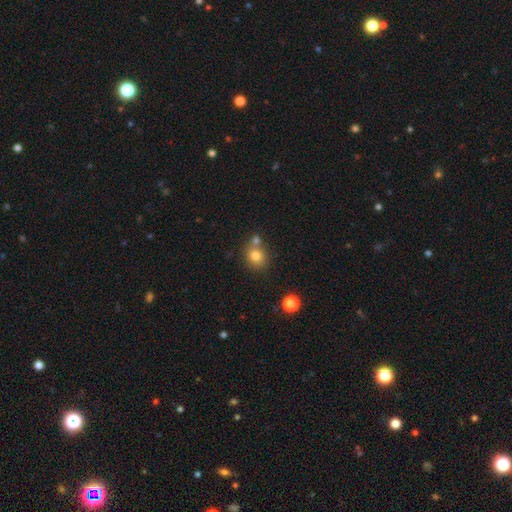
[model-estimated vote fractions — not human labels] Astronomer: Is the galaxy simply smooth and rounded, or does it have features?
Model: smooth — 79%.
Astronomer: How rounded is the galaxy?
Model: round — 78%.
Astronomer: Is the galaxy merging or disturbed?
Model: none — 59%.